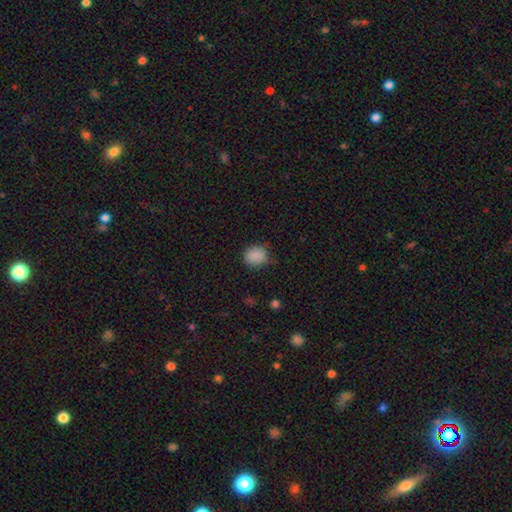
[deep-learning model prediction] Smooth or featured? Predicted: smooth (p=0.86). How rounded? Predicted: round (p=0.71). Merging? Predicted: none (p=0.71).